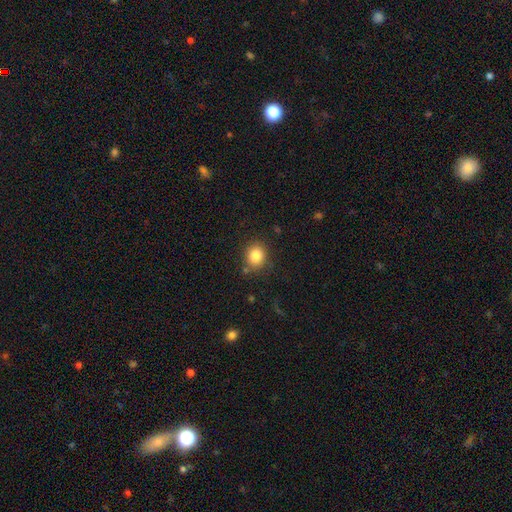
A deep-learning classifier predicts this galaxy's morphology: A smooth galaxy with no disk features (84%) that is round (75%).

Vote fractions:
- Smooth or featured? smooth: 84% / star or artifact: 10% / featured or disk: 6%
- How rounded? round: 75% / in between: 24% / cigar-shaped: 1%
- Merging? none: 82% / minor disturbance: 11% / major disturbance: 3% / merger: 3%